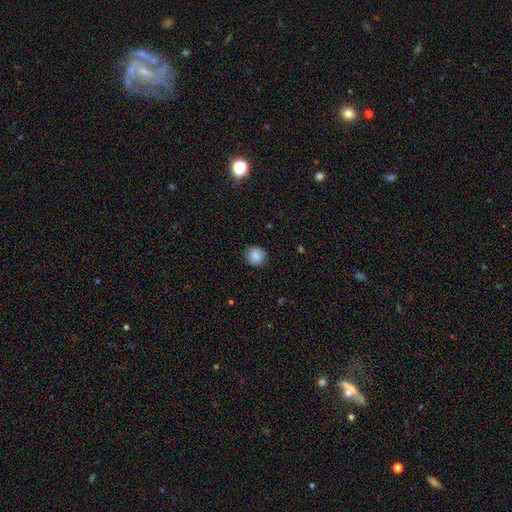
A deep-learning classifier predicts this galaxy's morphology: A smooth galaxy with no disk features (86%) that is round (91%). Merging: none (88%).